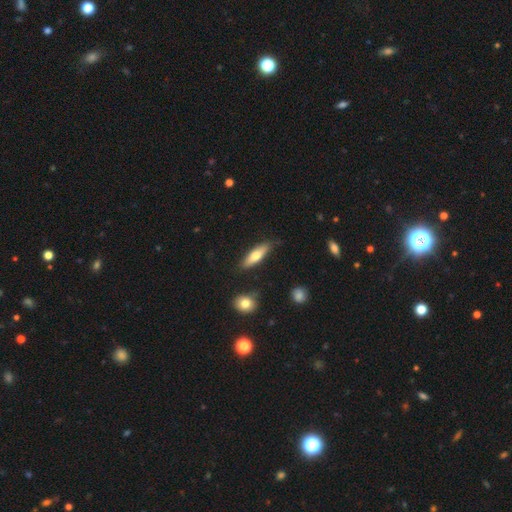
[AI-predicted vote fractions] Morphology: type=smooth (66%); roundness=cigar-shaped (59%); merging=none (80%).